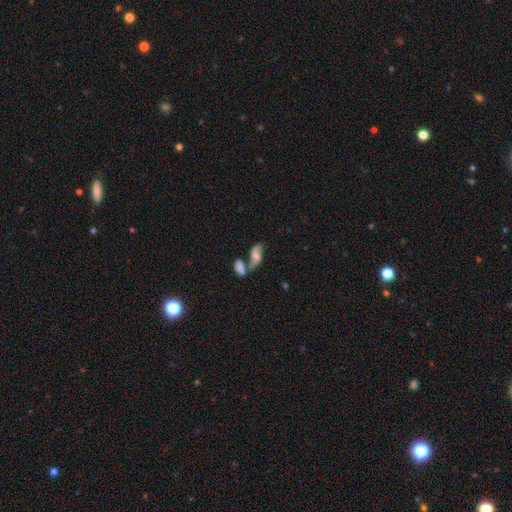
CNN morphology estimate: smooth-or-featured: featured or disk: 50% | smooth: 40% | star or artifact: 10%
  disk-edge-on: no: 89% | yes: 11%
  merging: merger: 44% | none: 34% | minor disturbance: 13% | major disturbance: 9%